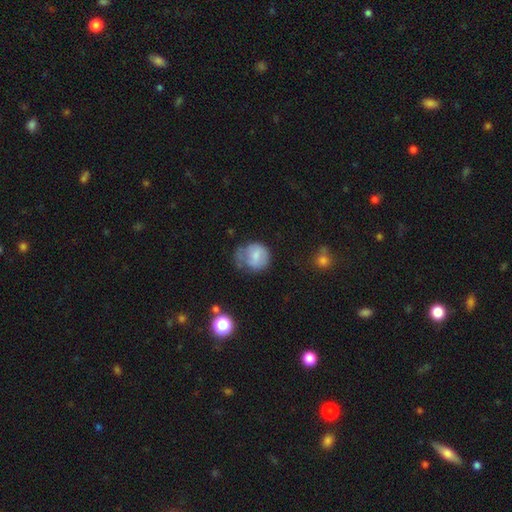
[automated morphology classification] smooth_or_featured: smooth (p=0.70) [alt: featured or disk p=0.22]
how_rounded: round (p=0.75) [alt: in between p=0.24]
merging: none (p=0.38) [alt: minor disturbance p=0.34]